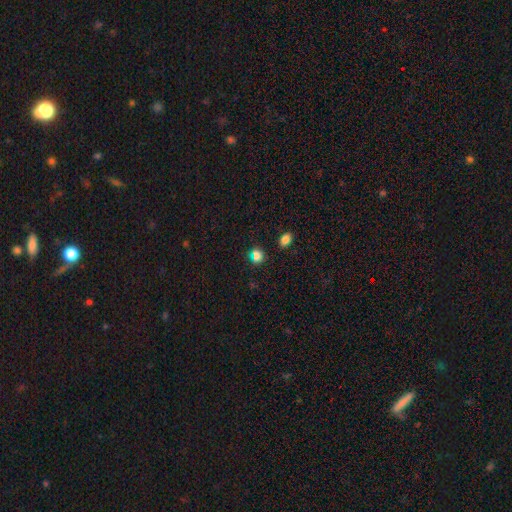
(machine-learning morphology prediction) smooth_or_featured: smooth (p=0.78) [alt: star or artifact p=0.16]
how_rounded: round (p=0.69) [alt: in between p=0.30]
merging: none (p=0.73) [alt: minor disturbance p=0.14]